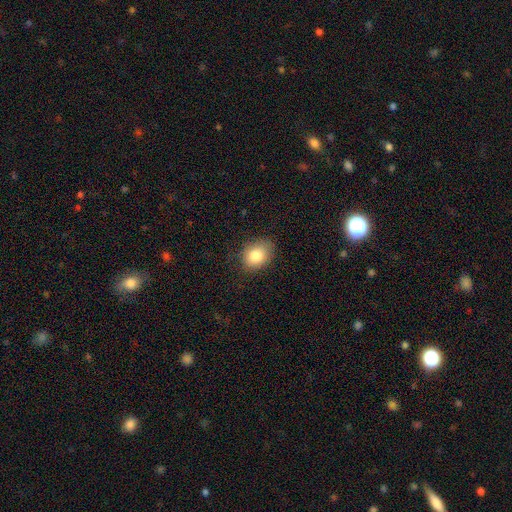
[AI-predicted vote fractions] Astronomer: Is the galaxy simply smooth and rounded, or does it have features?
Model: smooth — 83%.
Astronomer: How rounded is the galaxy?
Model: in between — 57% (runner-up: round, 42%).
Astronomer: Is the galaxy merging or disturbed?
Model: none — 79%.